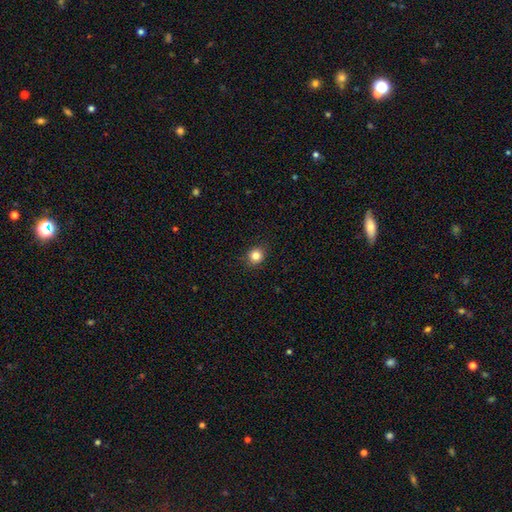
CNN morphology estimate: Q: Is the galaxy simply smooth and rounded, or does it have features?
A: smooth — 83%.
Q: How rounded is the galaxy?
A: round — 85%.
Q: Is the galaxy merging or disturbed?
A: none — 90%.